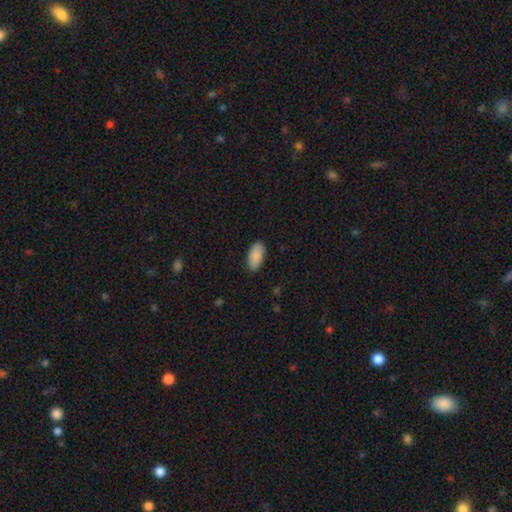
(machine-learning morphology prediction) This is clearly a smooth galaxy (88%). How rounded: clearly in between (94%). Merging: clearly none (87%).